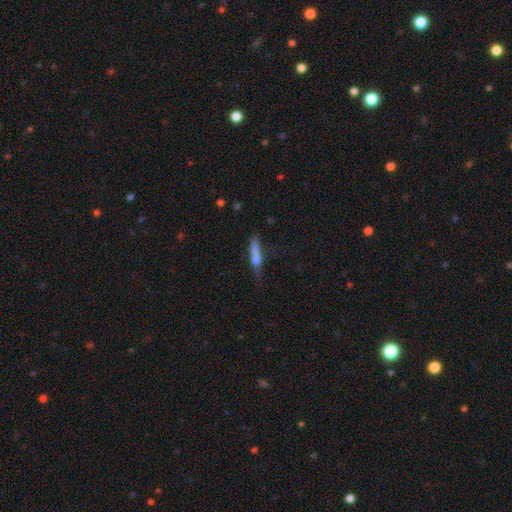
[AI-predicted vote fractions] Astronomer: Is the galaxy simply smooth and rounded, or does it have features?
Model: smooth — 69%.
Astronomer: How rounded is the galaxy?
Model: cigar-shaped — 83%.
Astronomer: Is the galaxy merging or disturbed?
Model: none — 48% (runner-up: minor disturbance, 29%).